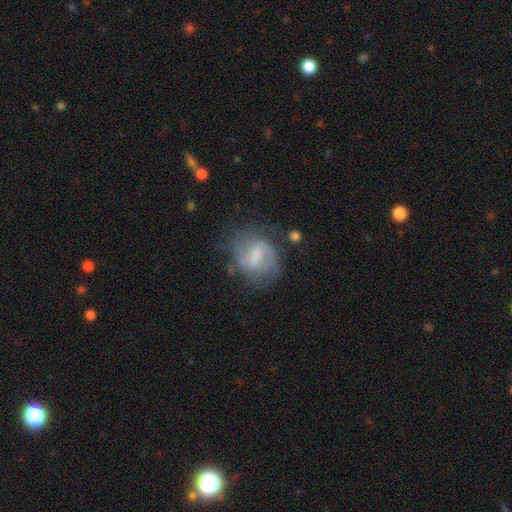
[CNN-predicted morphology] A featured or disk galaxy (56%) with a weak bar (50%), spiral arms (62%) and a moderate central bulge (31%, tied with none). Merging: none (51%).